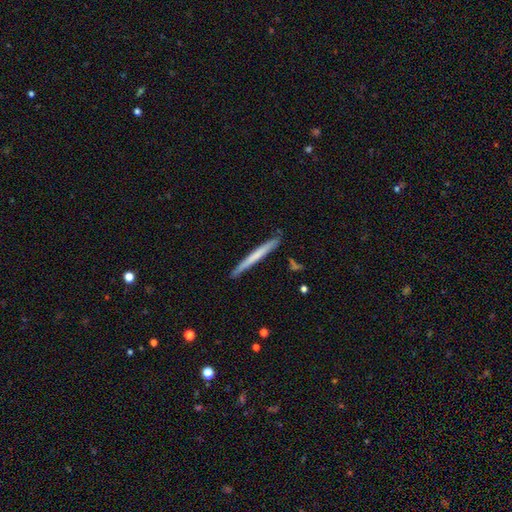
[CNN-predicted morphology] type=smooth (56%); roundness=cigar-shaped (97%); merging=none (88%).